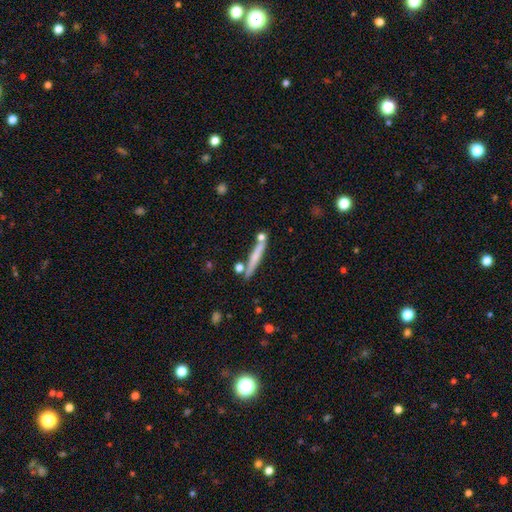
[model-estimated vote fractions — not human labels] Smooth or featured? Predicted: smooth (p=0.52). How rounded? Predicted: cigar-shaped (p=0.94). Merging? Predicted: none (p=0.76).